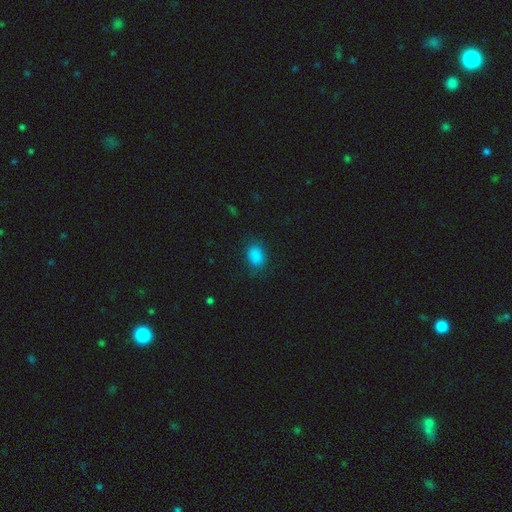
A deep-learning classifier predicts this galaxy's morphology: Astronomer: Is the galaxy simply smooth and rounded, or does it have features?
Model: smooth — 86%.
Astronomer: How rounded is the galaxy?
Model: in between — 71%.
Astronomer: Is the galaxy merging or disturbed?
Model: none — 78%.